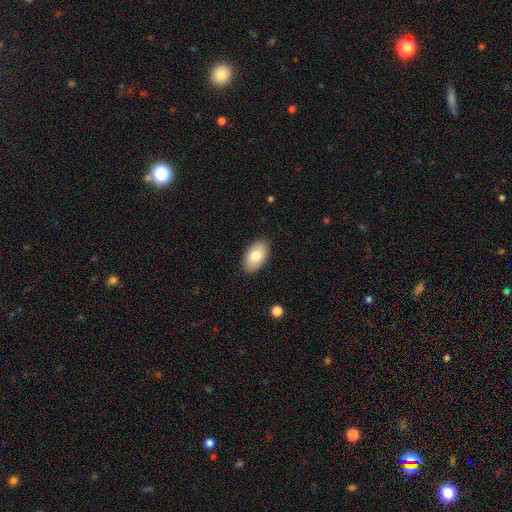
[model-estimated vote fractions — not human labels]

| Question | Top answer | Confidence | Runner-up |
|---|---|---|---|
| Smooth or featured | smooth | 79% | featured or disk (15%) |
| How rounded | in between | 94% | round (5%) |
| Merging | none | 88% | minor disturbance (9%) |